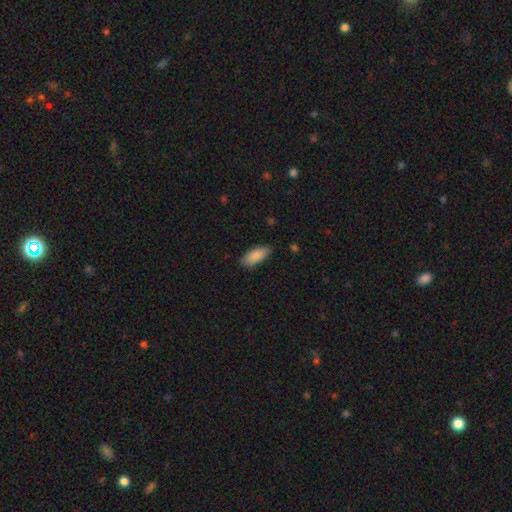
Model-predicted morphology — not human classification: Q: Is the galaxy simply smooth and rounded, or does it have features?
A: smooth — 89%.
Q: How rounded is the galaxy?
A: in between — 84%.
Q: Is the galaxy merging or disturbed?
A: none — 83%.